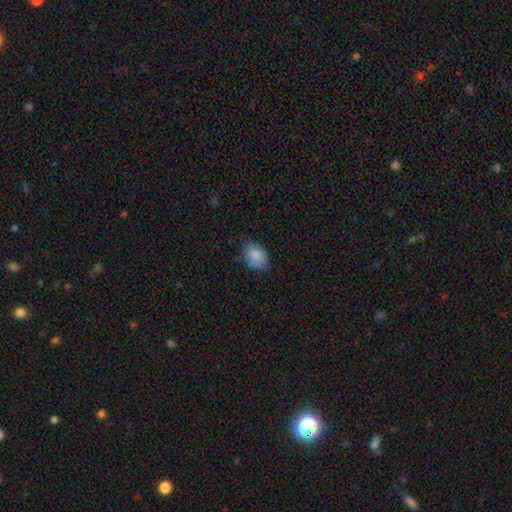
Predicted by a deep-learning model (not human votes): The model was most divided on "merging": none: 71%, minor disturbance: 23%, major disturbance: 5%, merger: 1%. More confident: smooth or featured — smooth (87%); how rounded — in between (84%).